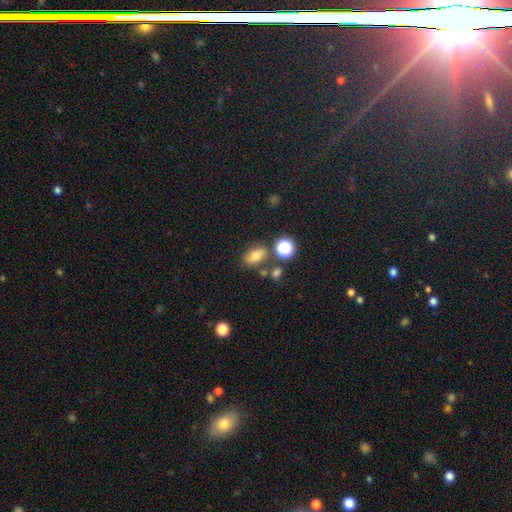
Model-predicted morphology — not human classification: Smooth or featured? Predicted: smooth (p=0.71). How rounded? Predicted: in between (p=0.75). Merging? Predicted: none (p=0.69).